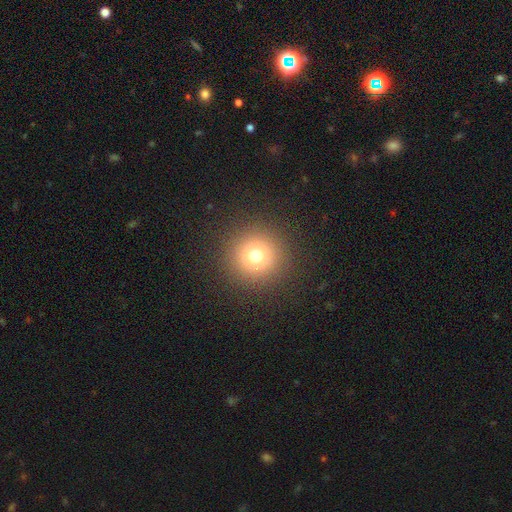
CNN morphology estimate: smooth-or-featured: smooth: 73% | star or artifact: 17% | featured or disk: 10%
  how-rounded: round: 95% | in between: 4% | cigar-shaped: 1%
  merging: none: 91% | minor disturbance: 5% | major disturbance: 3% | merger: 1%